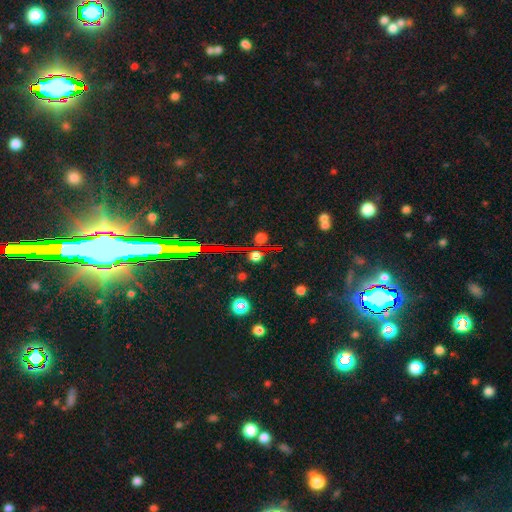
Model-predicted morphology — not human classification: A star or artifact, not a galaxy (60%).

Vote fractions:
- Smooth or featured? star or artifact: 60% / smooth: 28% / featured or disk: 12%